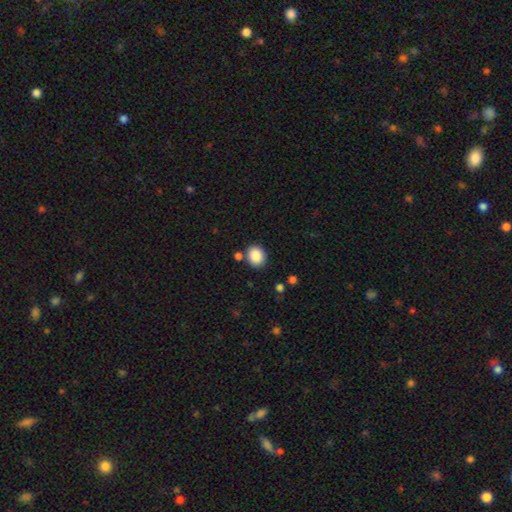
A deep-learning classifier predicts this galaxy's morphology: A smooth galaxy with no disk features (87%) that is round (64%). Merging: none (80%).